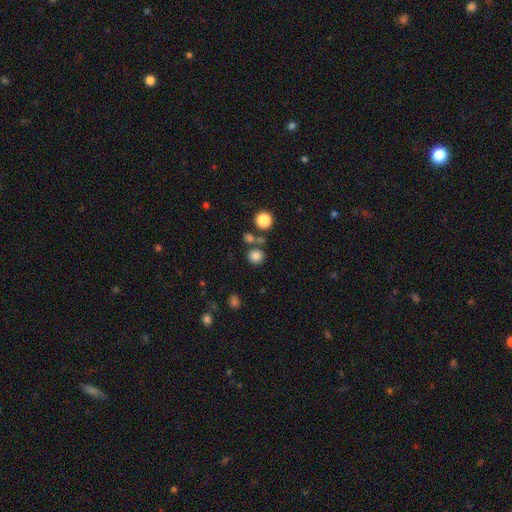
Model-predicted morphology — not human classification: Smooth or featured: smooth — 80% (star or artifact — 14%)
How rounded: round — 87% (in between — 12%)
Merging: none — 72% (merger — 15%)